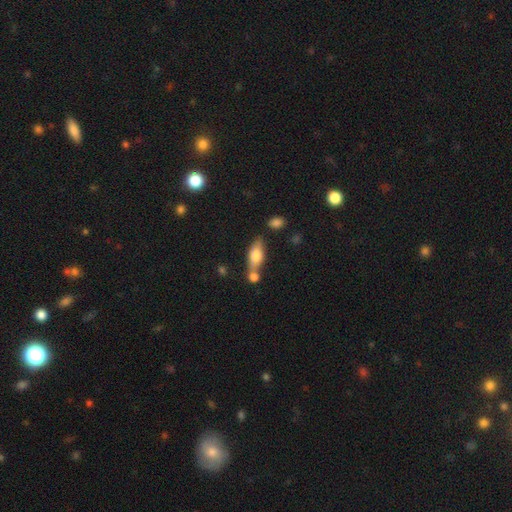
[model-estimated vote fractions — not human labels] This is likely a smooth galaxy (69%). How rounded: likely in between (73%). Merging: possibly none (47%).